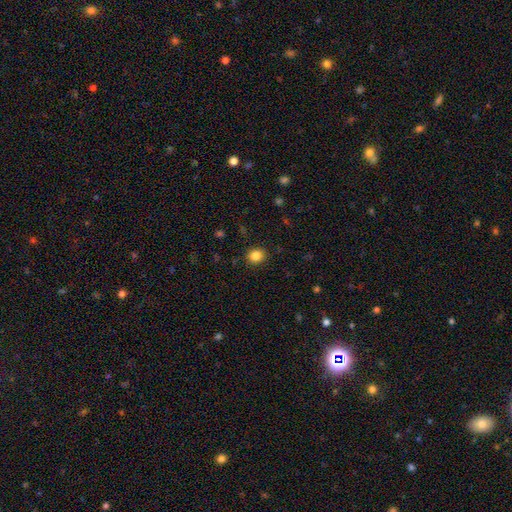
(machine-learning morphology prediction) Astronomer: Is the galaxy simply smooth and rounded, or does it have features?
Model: smooth — 84%.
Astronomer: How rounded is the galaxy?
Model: round — 80%.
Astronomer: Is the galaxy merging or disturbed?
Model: none — 90%.